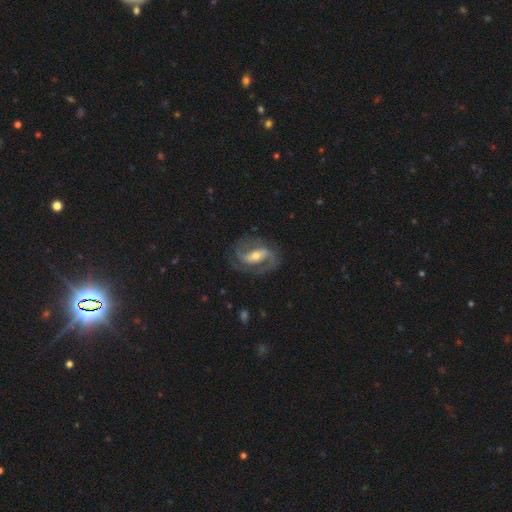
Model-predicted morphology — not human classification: Smooth or featured?
  - featured or disk: 86% *
  - smooth: 9%
  - star or artifact: 5%
Edge-on disk?
  - no: 96% *
  - yes: 4%
Bar?
  - strong: 49% *
  - weak: 34%
  - no: 16%
Spiral arms?
  - yes: 95% *
  - no: 5%
Spiral winding?
  - medium: 53% *
  - loose: 24%
  - tight: 23%
Spiral arm count?
  - 2: 88% *
  - can't tell: 4%
  - 1: 3%
  - 3: 3%
  - 4: 1%
  - more than 4: 1%
Bulge size?
  - moderate: 55% *
  - small: 37%
  - large: 5%
  - none: 1%
  - dominant: 1%
Merging?
  - none: 76% *
  - minor disturbance: 14%
  - major disturbance: 9%
  - merger: 1%